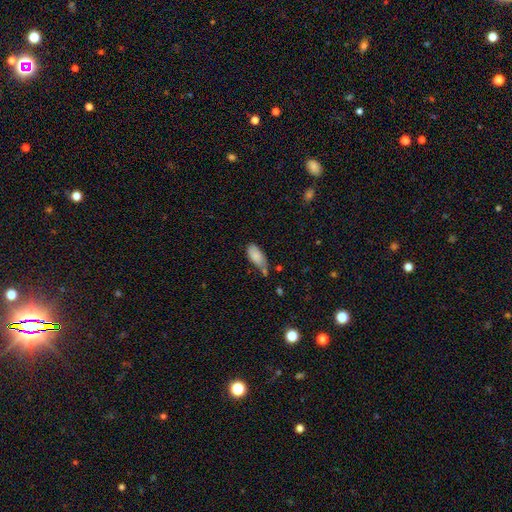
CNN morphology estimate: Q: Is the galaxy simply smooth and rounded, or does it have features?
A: smooth — 83%.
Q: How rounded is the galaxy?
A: in between — 89%.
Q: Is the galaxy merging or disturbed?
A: none — 42%.